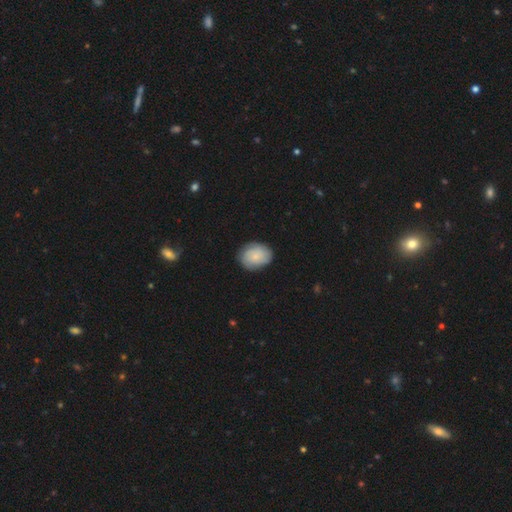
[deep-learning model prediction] This is likely a smooth galaxy (68%). How rounded: likely in between (61%). Merging: clearly none (82%).